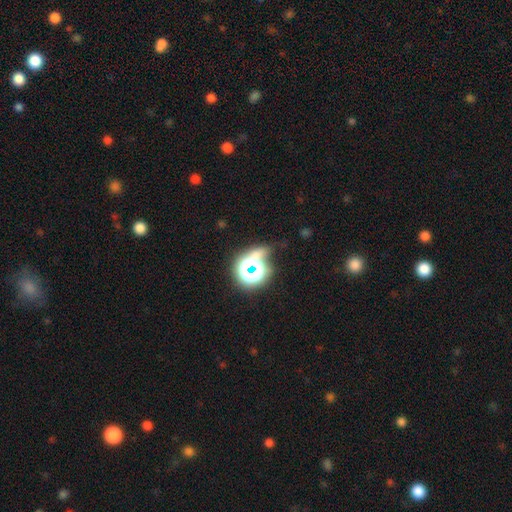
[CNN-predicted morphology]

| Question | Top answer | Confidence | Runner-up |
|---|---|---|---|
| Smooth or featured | star or artifact | 54% | smooth (33%) |